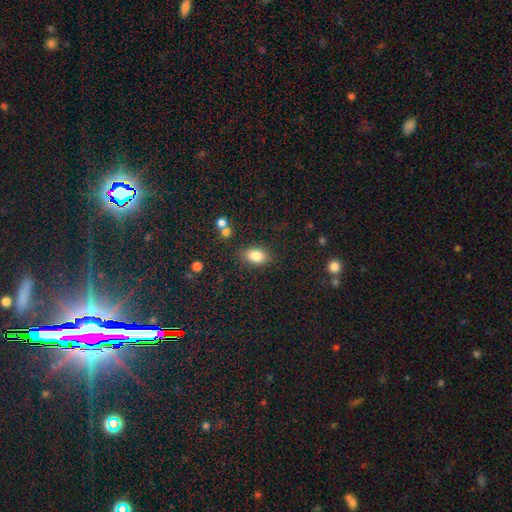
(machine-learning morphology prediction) Overall: smooth (83%). How rounded: in between (85%). Merging: none (82%).